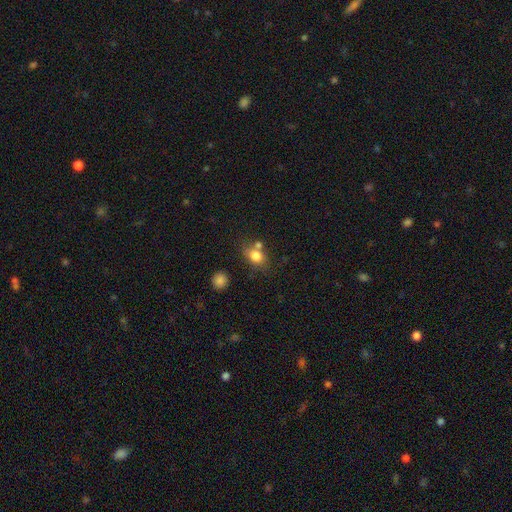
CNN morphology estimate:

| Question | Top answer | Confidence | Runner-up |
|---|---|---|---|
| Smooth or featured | smooth | 80% | star or artifact (11%) |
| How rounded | in between | 53% | round (46%) |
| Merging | none | 55% | merger (24%) |